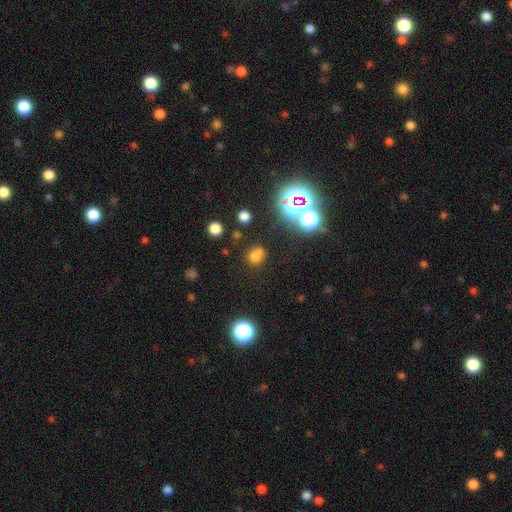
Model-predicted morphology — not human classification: Smooth or featured?
  - smooth: 62% *
  - star or artifact: 28%
  - featured or disk: 10%
How rounded?
  - round: 71% *
  - in between: 28%
  - cigar-shaped: 1%
Merging?
  - none: 56% *
  - merger: 25%
  - minor disturbance: 13%
  - major disturbance: 6%